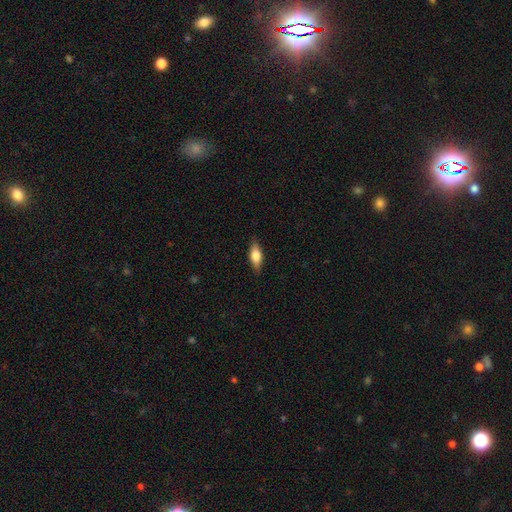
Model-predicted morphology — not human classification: Overall: smooth (71%). How rounded: in between (74%). Merging: none (85%).